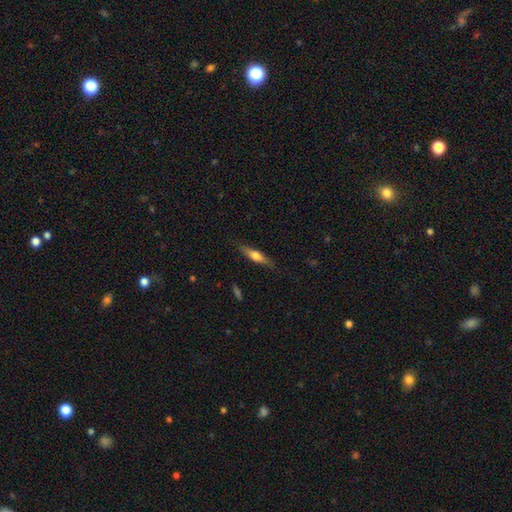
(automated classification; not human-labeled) Overall: featured or disk (54%; smooth 40%). Edge-on disk: yes (94%). Edge-on bulge: rounded (90%). Merging: none (85%).